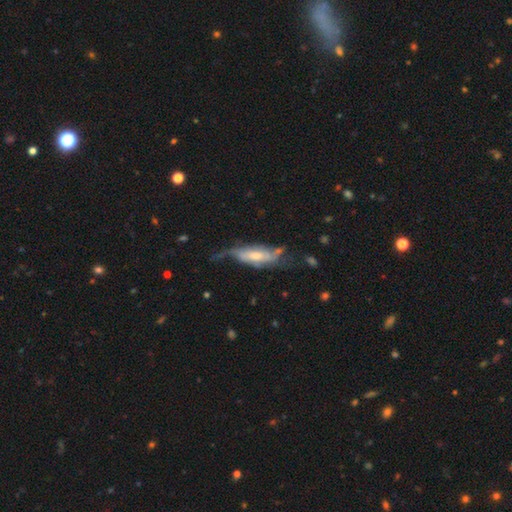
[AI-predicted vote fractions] Overall: featured or disk (63%; smooth 30%). Edge-on disk: no (76%). Merging: major disturbance (34%; none 33%).